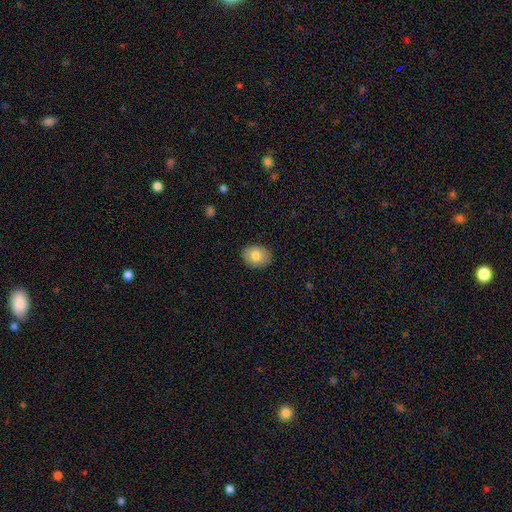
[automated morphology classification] Smooth or featured? smooth (79%)
How rounded? in between (59%)
Merging? none (87%)